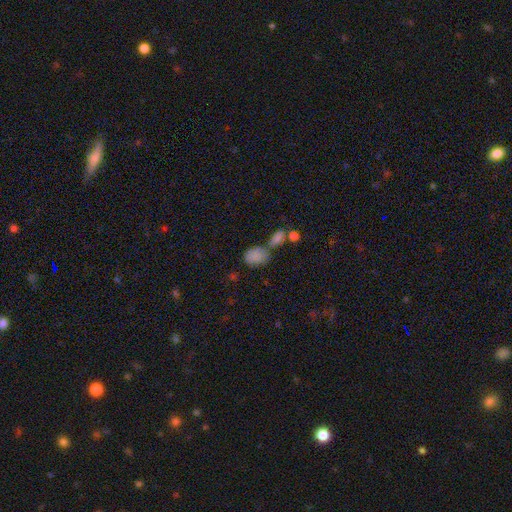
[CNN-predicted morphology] Smooth or featured? Predicted: smooth (p=0.82). How rounded? Predicted: in between (p=0.78). Merging? Predicted: none (p=0.40).